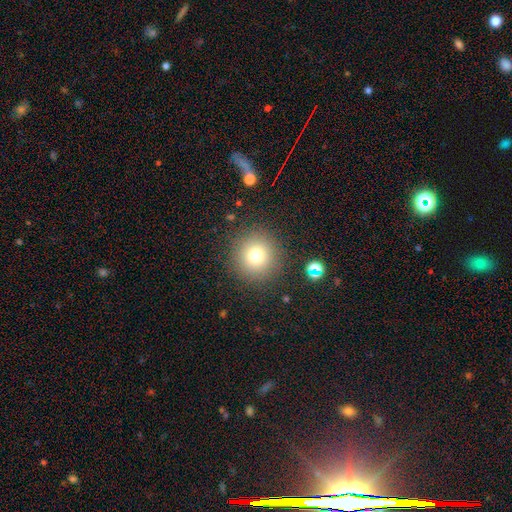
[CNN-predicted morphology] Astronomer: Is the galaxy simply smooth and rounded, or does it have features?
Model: smooth — 74%.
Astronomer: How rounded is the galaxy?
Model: round — 95%.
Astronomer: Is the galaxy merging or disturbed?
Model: none — 88%.